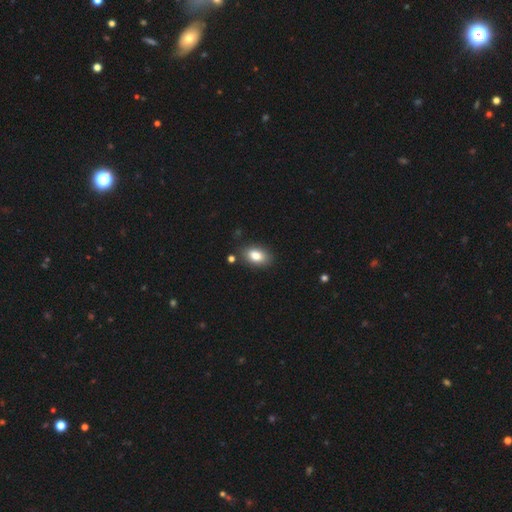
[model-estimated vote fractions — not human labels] smooth_or_featured: smooth (p=0.83) [alt: star or artifact p=0.09]
how_rounded: in between (p=0.87) [alt: round p=0.11]
merging: none (p=0.82) [alt: minor disturbance p=0.12]